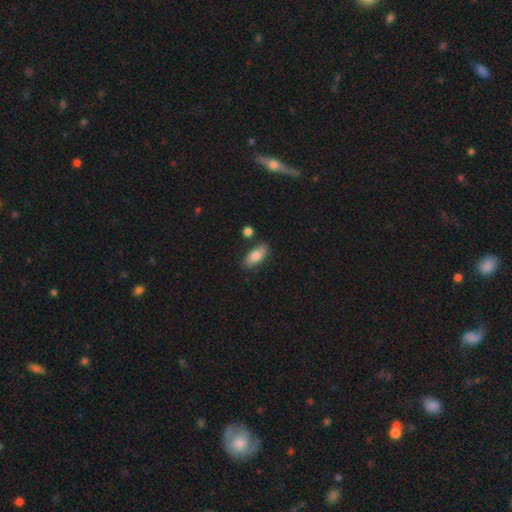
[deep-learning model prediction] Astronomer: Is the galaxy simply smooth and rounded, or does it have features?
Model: smooth — 76%.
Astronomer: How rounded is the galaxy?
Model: in between — 84%.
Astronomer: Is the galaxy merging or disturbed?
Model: none — 79%.